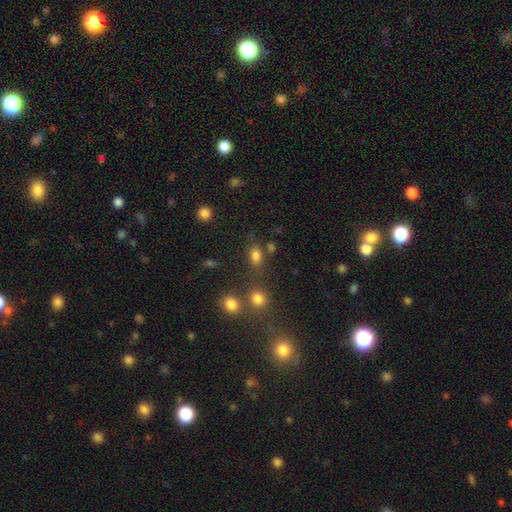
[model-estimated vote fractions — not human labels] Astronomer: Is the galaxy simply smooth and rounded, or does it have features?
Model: smooth — 80%.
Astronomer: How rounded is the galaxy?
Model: in between — 77%.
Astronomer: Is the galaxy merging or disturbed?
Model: none — 67%.